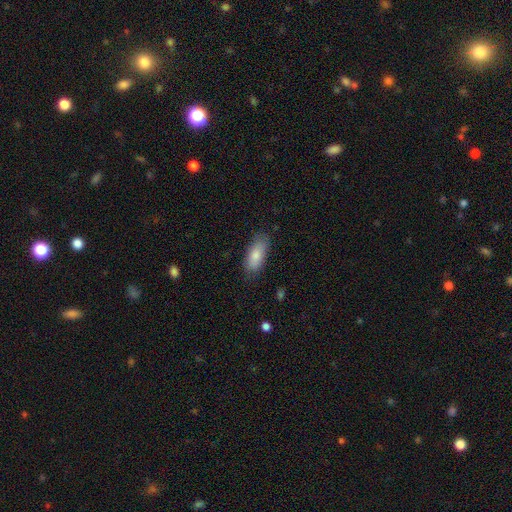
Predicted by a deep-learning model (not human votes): Morphology: type=smooth (81%); roundness=in between (84%); merging=none (76%).